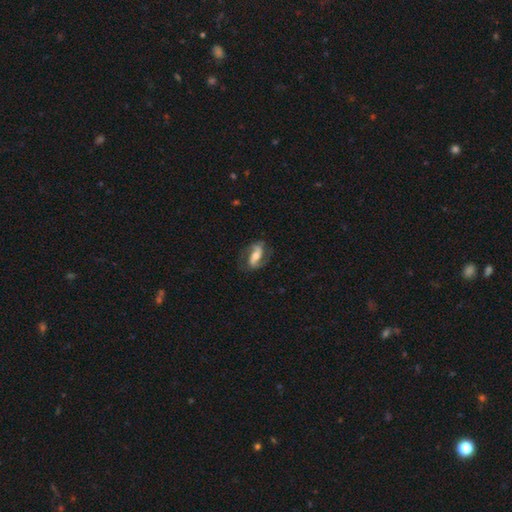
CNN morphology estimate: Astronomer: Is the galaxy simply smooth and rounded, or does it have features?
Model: featured or disk — 80%.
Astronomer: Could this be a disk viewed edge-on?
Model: no — 95%.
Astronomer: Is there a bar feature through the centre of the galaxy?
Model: strong — 42% (runner-up: weak, 34%).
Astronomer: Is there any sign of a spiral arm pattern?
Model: yes — 94%.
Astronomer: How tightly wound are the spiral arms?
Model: medium — 48% (runner-up: loose, 32%).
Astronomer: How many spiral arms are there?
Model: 2 — 90%.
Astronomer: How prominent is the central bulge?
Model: moderate — 54%.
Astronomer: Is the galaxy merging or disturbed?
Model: none — 74%.